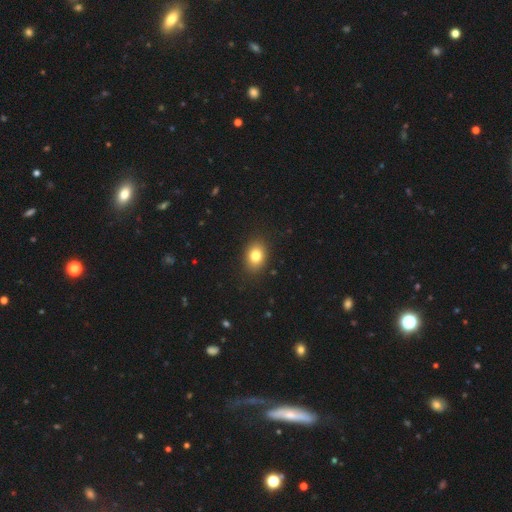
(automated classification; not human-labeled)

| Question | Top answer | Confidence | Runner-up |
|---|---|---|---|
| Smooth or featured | smooth | 81% | star or artifact (10%) |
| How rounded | in between | 66% | round (33%) |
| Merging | none | 89% | minor disturbance (8%) |